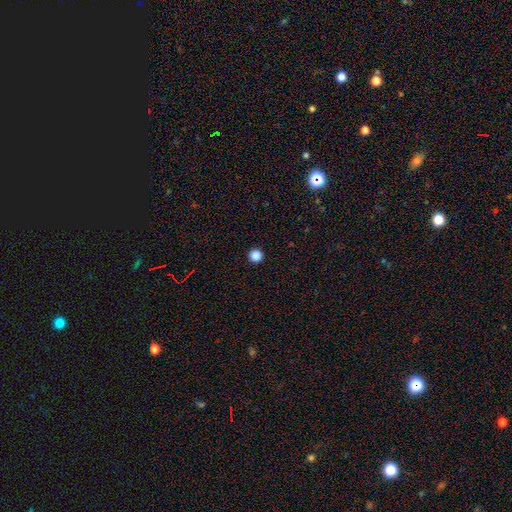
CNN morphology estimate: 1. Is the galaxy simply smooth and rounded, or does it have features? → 87% smooth, 11% star or artifact, 2% featured or disk.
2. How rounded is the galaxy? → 97% round, 2% in between, 1% cigar-shaped.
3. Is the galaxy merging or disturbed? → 94% none, 4% minor disturbance, 1% major disturbance, 1% merger.